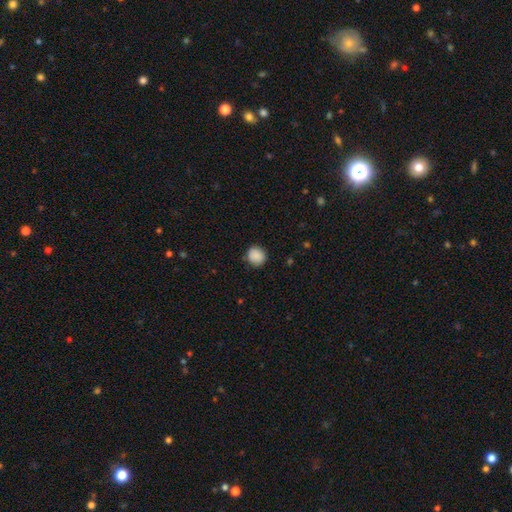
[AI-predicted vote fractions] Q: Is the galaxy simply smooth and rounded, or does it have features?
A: smooth — 88%.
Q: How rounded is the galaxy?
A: round — 86%.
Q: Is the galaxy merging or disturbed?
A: none — 85%.